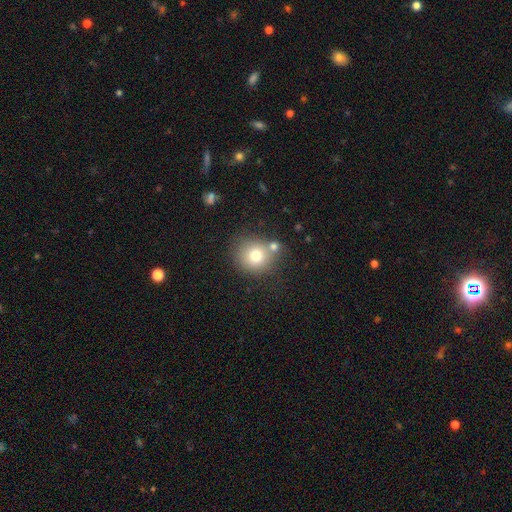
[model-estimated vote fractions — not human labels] smooth_or_featured: smooth (p=0.75) [alt: featured or disk p=0.13]
how_rounded: round (p=0.86) [alt: in between p=0.13]
merging: none (p=0.63) [alt: merger p=0.21]